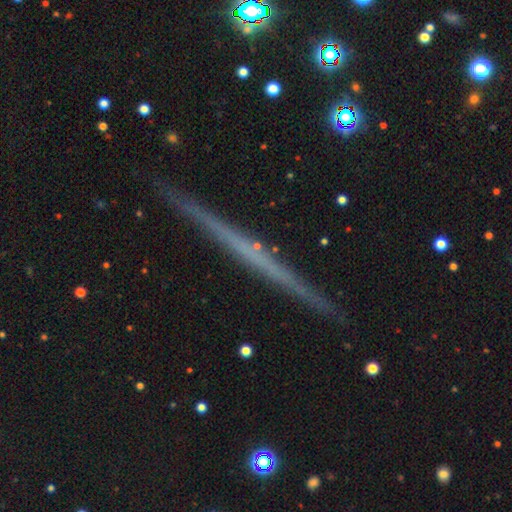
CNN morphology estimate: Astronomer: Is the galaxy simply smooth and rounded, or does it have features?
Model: featured or disk — 66%.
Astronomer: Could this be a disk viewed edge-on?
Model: yes — 98%.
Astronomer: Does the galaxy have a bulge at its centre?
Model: none — 82%.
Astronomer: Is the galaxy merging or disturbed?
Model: none — 92%.